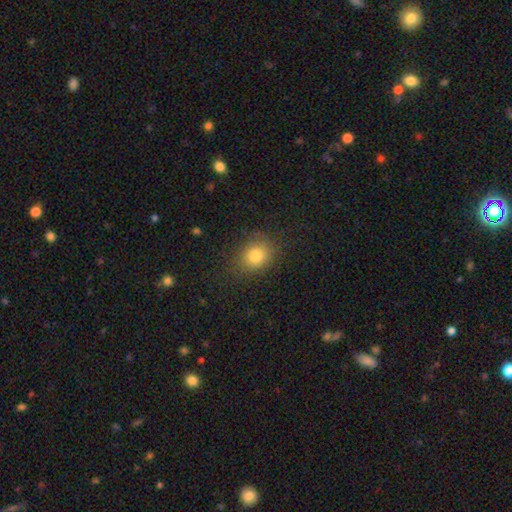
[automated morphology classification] smooth-or-featured: smooth: 82% | star or artifact: 11% | featured or disk: 7%
  how-rounded: round: 57% | in between: 42% | cigar-shaped: 1%
  merging: none: 79% | minor disturbance: 15% | major disturbance: 5% | merger: 1%